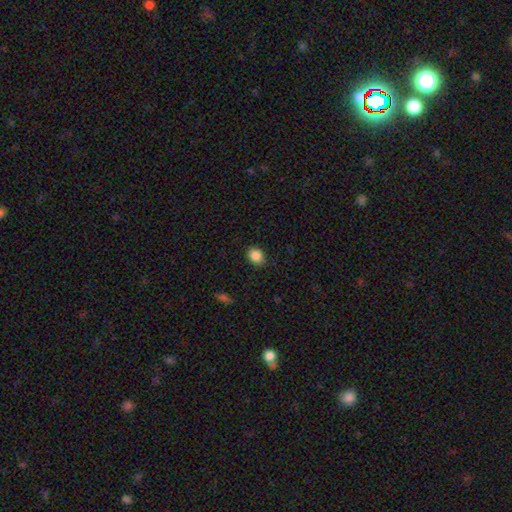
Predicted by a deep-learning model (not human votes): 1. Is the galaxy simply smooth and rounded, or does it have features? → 87% smooth, 9% star or artifact, 4% featured or disk.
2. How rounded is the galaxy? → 53% round, 47% in between, 1% cigar-shaped.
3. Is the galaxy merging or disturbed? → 85% none, 11% minor disturbance, 3% major disturbance, 1% merger.